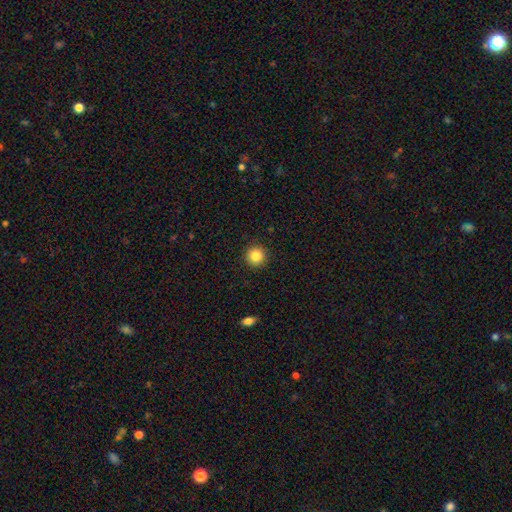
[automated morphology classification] A smooth galaxy with no disk features (84%) that is round (95%).

Vote fractions:
- Smooth or featured? smooth: 84% / star or artifact: 10% / featured or disk: 5%
- How rounded? round: 95% / in between: 4% / cigar-shaped: 1%
- Merging? none: 92% / minor disturbance: 5% / major disturbance: 2% / merger: 1%